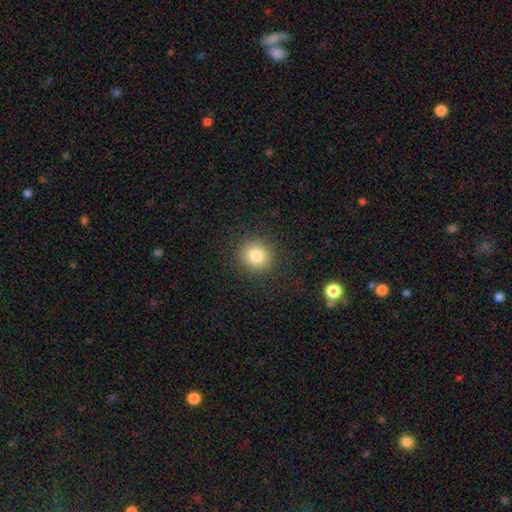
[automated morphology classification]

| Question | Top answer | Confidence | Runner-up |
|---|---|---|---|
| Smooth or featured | smooth | 82% | star or artifact (11%) |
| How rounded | round | 90% | in between (9%) |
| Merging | none | 90% | minor disturbance (6%) |